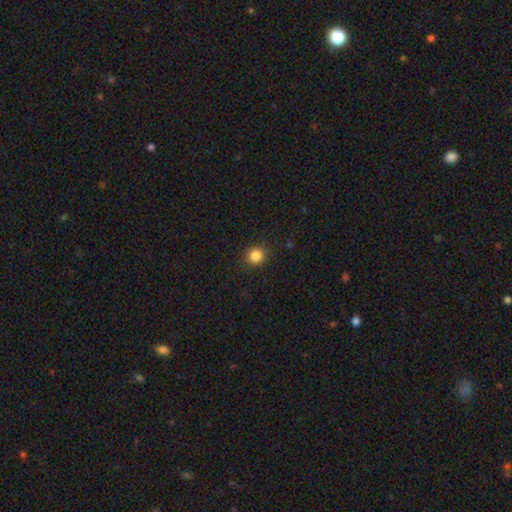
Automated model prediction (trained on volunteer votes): Smooth or featured: smooth — 85% (star or artifact — 11%)
How rounded: round — 88% (in between — 11%)
Merging: none — 90% (minor disturbance — 7%)